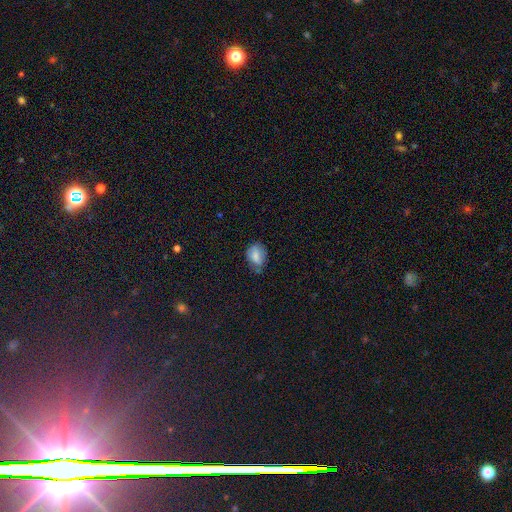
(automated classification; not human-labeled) A smooth galaxy with no disk features (75%) that is in between round and cigar-shaped (74%). Merging: none (49%).